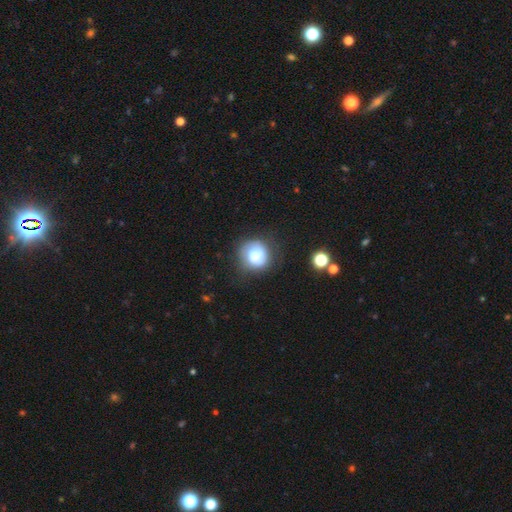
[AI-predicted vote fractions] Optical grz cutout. It shows a smooth galaxy with no disk features (71%) that is round (85%). Merging: none (65%).